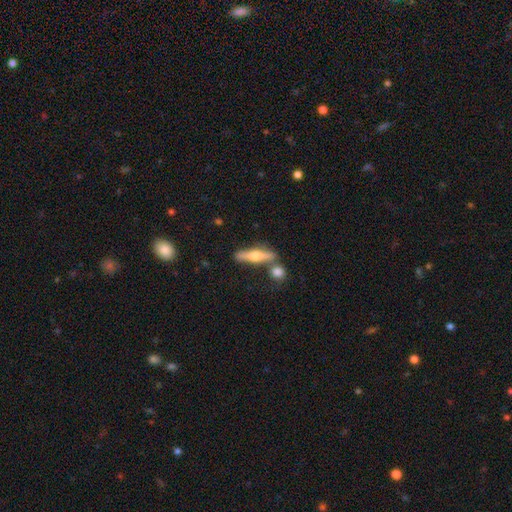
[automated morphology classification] A featured or disk galaxy (55%) viewed edge-on (93%) with a rounded central bulge (93%).

Vote fractions:
- Smooth or featured? featured or disk: 55% / smooth: 39% / star or artifact: 6%
- Edge-on disk? yes: 93% / no: 7%
- Edge-on bulge? rounded: 93% / none: 3% / boxy: 3%
- Merging? none: 72% / merger: 15% / minor disturbance: 10% / major disturbance: 3%